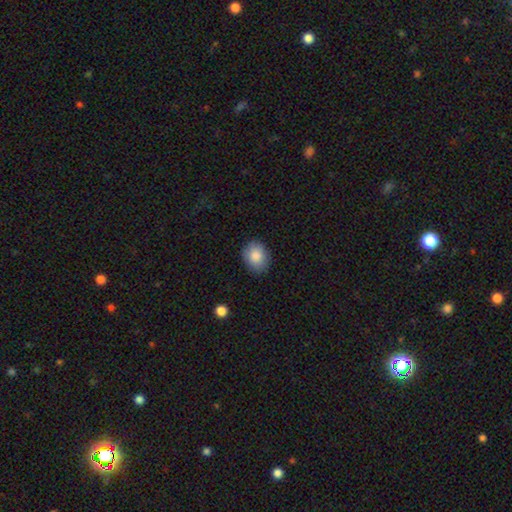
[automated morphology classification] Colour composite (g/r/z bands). It shows a smooth galaxy with no disk features (86%) that is round (53%). Merging: none (85%).